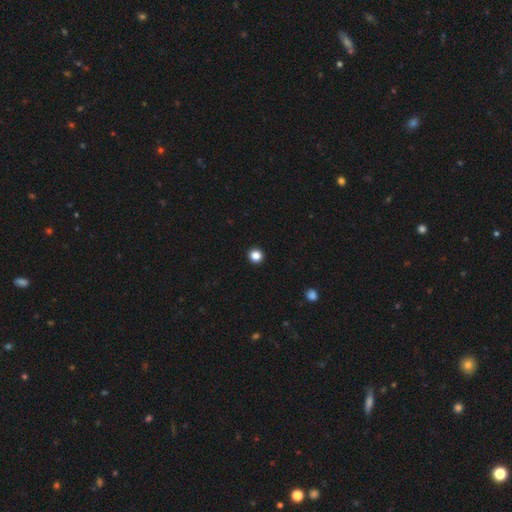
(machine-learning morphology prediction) This is clearly a smooth galaxy (85%). How rounded: clearly round (95%). Merging: clearly none (94%).